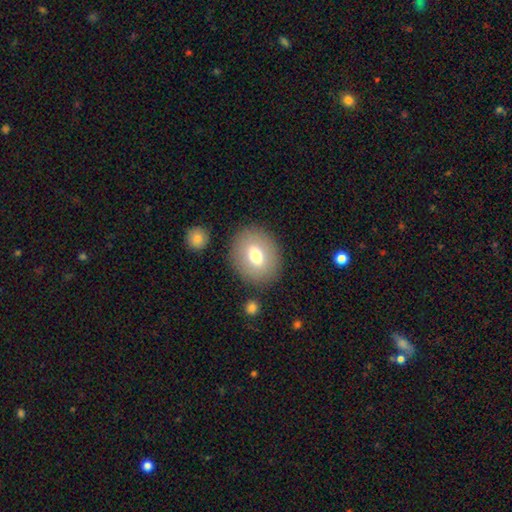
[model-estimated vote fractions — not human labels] Q: Smooth or featured?
A: smooth (71%); runner-up: featured or disk (21%)
Q: How rounded?
A: in between (50%); runner-up: round (49%)
Q: Merging?
A: none (83%); runner-up: minor disturbance (10%)